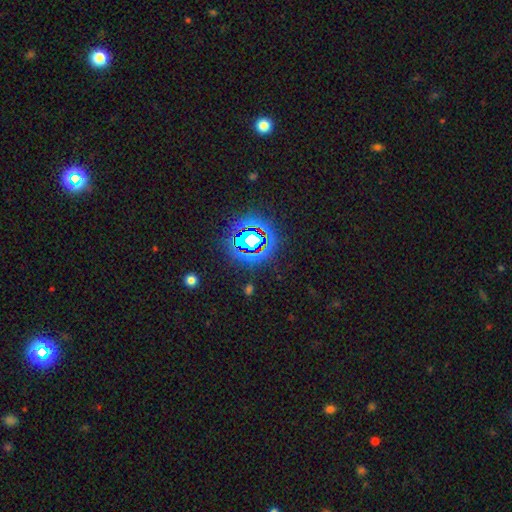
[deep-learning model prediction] This is clearly a star or artifact rather than a galaxy (81%).